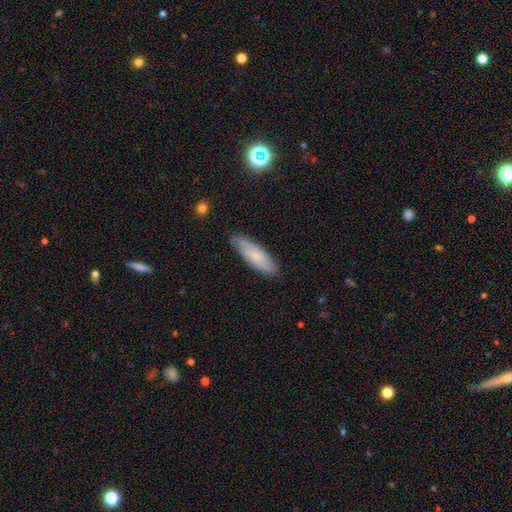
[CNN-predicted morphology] This appears to be a smooth galaxy with no disk features (56%) that is in between round and cigar-shaped (50%). Merging: none (76%).